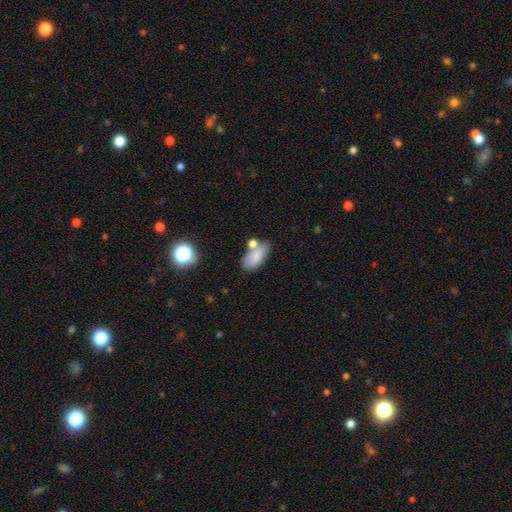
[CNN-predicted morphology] Smooth or featured? Predicted: smooth (p=0.78). How rounded? Predicted: in between (p=0.90). Merging? Predicted: none (p=0.50).